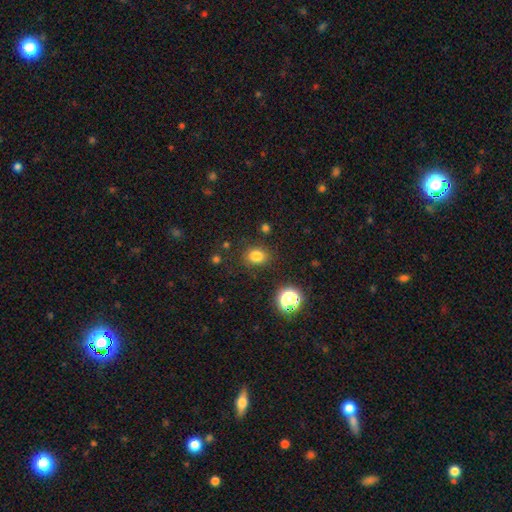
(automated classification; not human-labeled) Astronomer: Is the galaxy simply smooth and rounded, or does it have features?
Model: smooth — 80%.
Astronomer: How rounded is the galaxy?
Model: round — 55% (runner-up: in between, 44%).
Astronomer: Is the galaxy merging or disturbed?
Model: none — 84%.